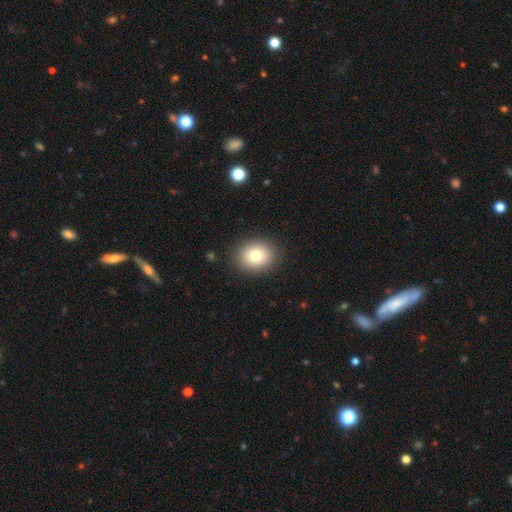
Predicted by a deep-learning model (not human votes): Morphology: type=smooth (80%); roundness=round (62%); merging=none (90%).